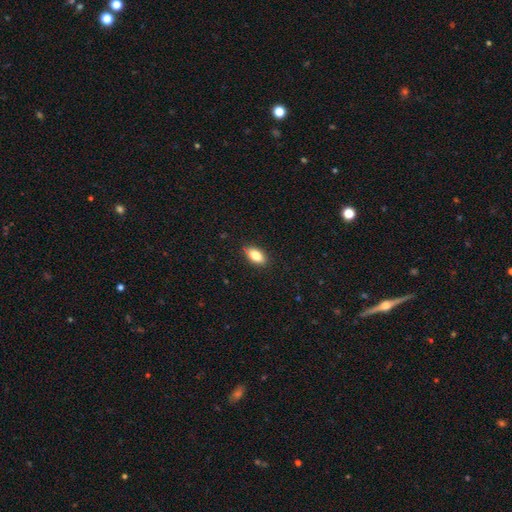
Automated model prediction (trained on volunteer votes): Smooth or featured? Predicted: smooth (p=0.82). How rounded? Predicted: in between (p=0.89). Merging? Predicted: none (p=0.86).